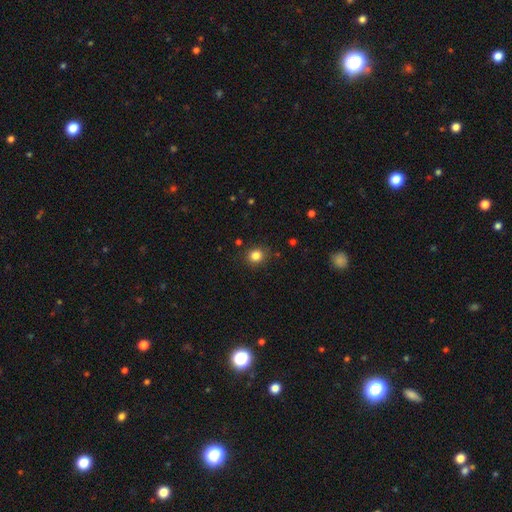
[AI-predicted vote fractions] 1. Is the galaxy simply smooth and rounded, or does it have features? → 83% smooth, 12% star or artifact, 5% featured or disk.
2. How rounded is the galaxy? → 80% round, 19% in between, 1% cigar-shaped.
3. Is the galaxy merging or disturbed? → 86% none, 10% minor disturbance, 3% major disturbance, 2% merger.